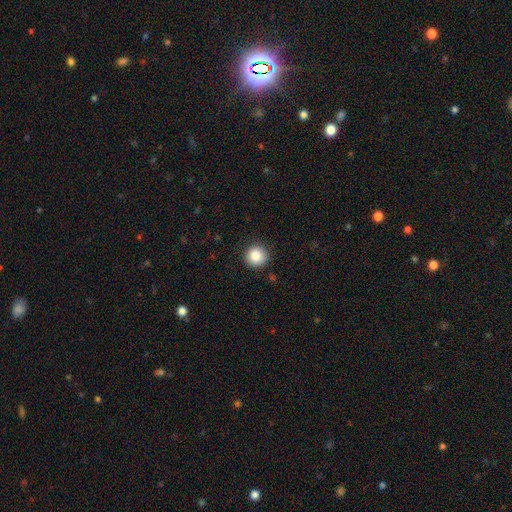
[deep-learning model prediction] Smooth or featured: smooth — 87% (star or artifact — 9%)
How rounded: round — 95% (in between — 4%)
Merging: none — 91% (minor disturbance — 6%)